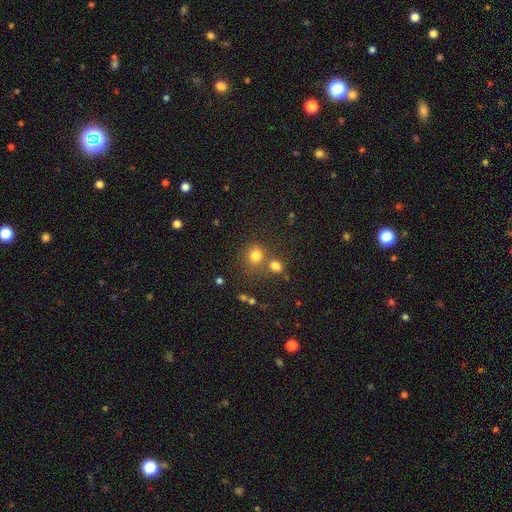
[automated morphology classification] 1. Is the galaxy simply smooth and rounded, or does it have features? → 78% smooth, 15% star or artifact, 7% featured or disk.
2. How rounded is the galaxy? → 79% round, 20% in between, 1% cigar-shaped.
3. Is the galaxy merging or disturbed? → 57% none, 29% merger, 10% minor disturbance, 5% major disturbance.